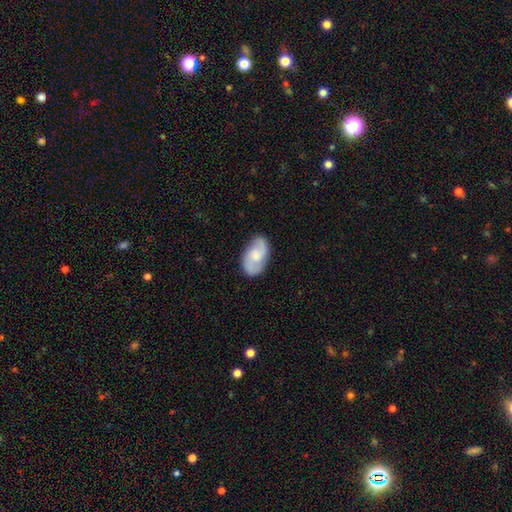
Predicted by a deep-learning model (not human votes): A featured or disk galaxy (64%) with no bar (58%), 2 (86%) medium (47%) spiral arms (91%) and a moderate central bulge (43%). Merging: none (79%).